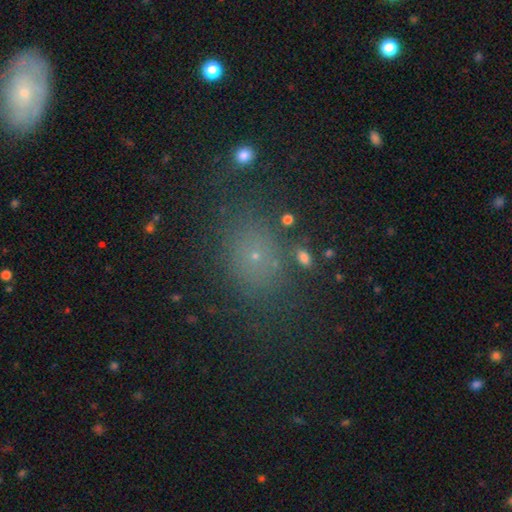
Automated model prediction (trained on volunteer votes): Smooth or featured? smooth (50%)
How rounded? in between (61%)
Merging? none (81%)